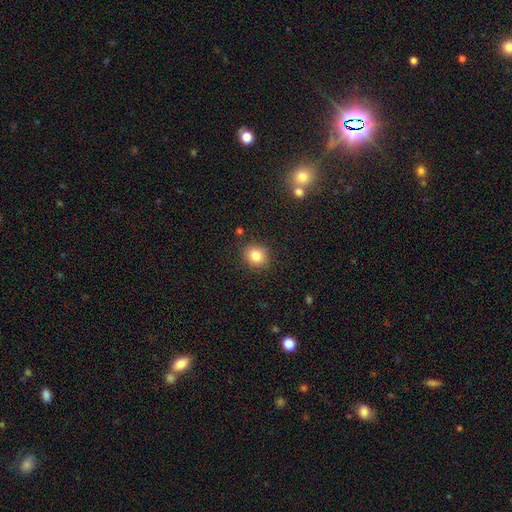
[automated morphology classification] This appears to be a smooth galaxy with no disk features (82%) that is round (79%). Merging: none (87%).